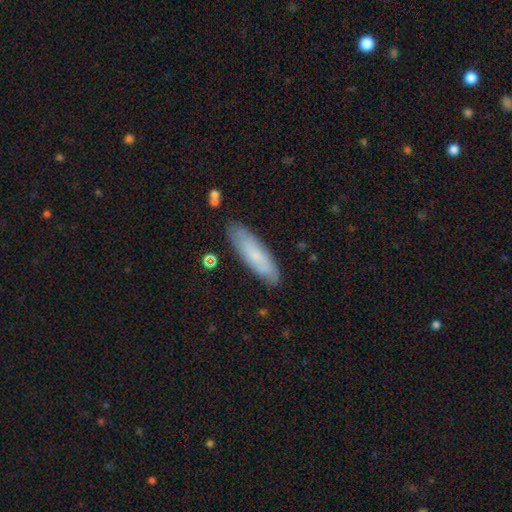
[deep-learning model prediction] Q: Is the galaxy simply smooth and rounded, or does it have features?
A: smooth — 66%.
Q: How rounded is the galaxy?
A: cigar-shaped — 60%.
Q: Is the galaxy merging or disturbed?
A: none — 83%.